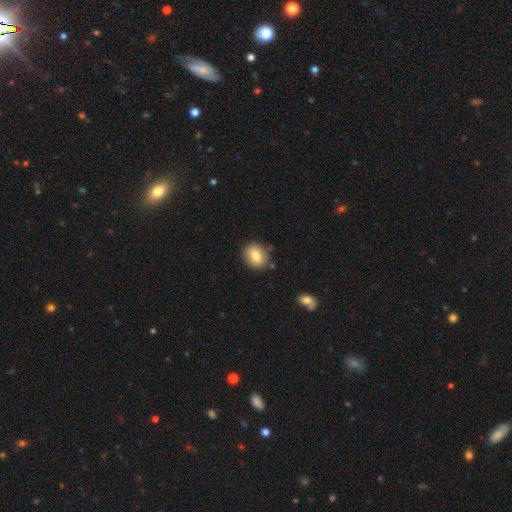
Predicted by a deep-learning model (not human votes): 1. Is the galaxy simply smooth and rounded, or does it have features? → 79% smooth, 12% featured or disk, 8% star or artifact.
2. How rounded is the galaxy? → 52% round, 46% in between, 1% cigar-shaped.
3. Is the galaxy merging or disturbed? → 81% none, 12% minor disturbance, 3% merger, 3% major disturbance.